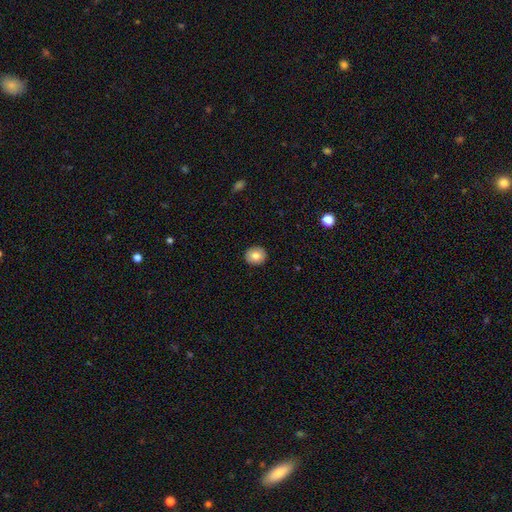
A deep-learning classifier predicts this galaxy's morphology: Smooth or featured?
  - smooth: 79% *
  - featured or disk: 13%
  - star or artifact: 8%
How rounded?
  - round: 79% *
  - in between: 20%
  - cigar-shaped: 1%
Merging?
  - none: 91% *
  - minor disturbance: 6%
  - major disturbance: 2%
  - merger: 1%